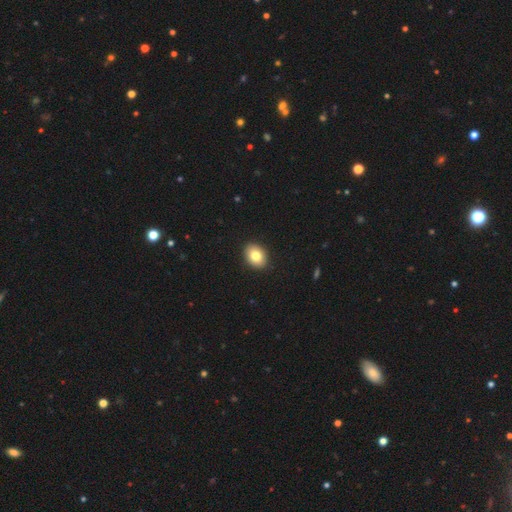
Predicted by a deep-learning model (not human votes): smooth 81%, featured or disk 10%, star or artifact 8%. Down the decision tree: how rounded — in between (68%); merging — none (91%).